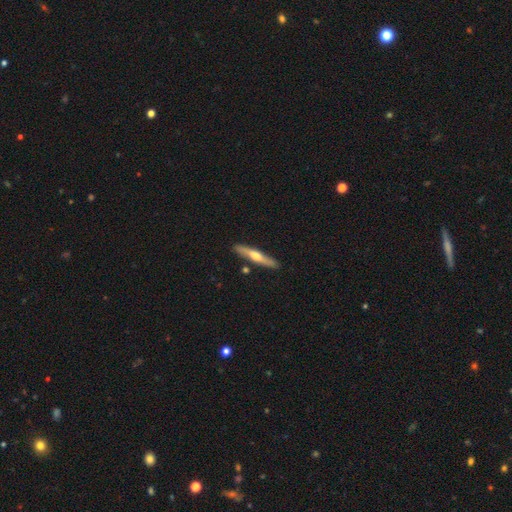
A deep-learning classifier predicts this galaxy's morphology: smooth_or_featured: featured or disk (p=0.54) [alt: smooth p=0.41]
disk_edge_on: yes (p=0.93) [alt: no p=0.07]
edge_on_bulge: rounded (p=0.84) [alt: none p=0.10]
merging: none (p=0.86) [alt: minor disturbance p=0.09]